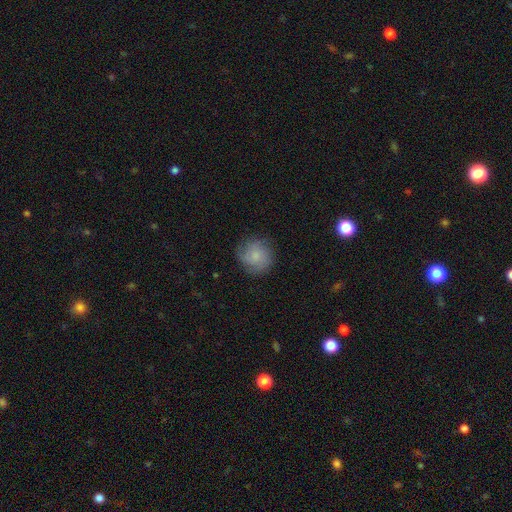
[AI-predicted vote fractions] smooth_or_featured: smooth (p=0.68) [alt: featured or disk p=0.24]
how_rounded: round (p=0.90) [alt: in between p=0.09]
merging: none (p=0.75) [alt: minor disturbance p=0.18]